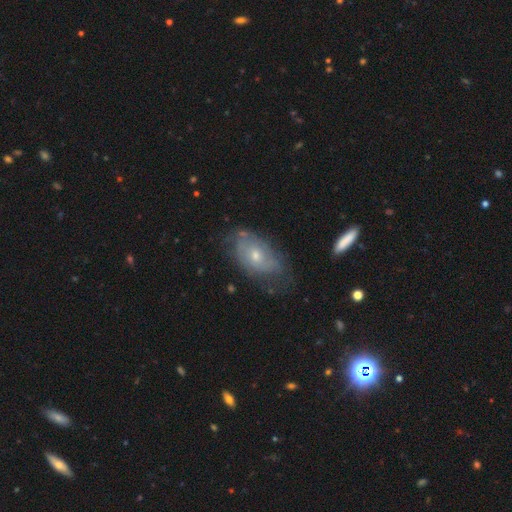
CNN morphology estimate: The model was most divided on "bulge size": small: 52%, moderate: 44%, large: 2%, none: 1%, dominant: 1%. More confident: edge-on disk — no (91%); bar — no (82%); spiral arms — yes (60%); smooth or featured — featured or disk (55%); merging — none (54%).